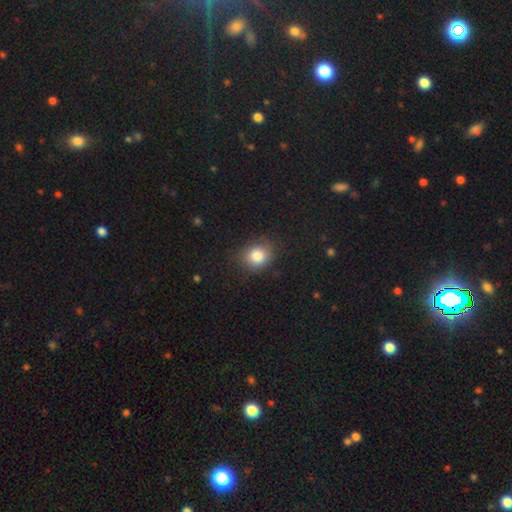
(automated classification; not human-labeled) smooth 83%, star or artifact 10%, featured or disk 6%. Down the decision tree: how rounded — round (67%); merging — none (81%).